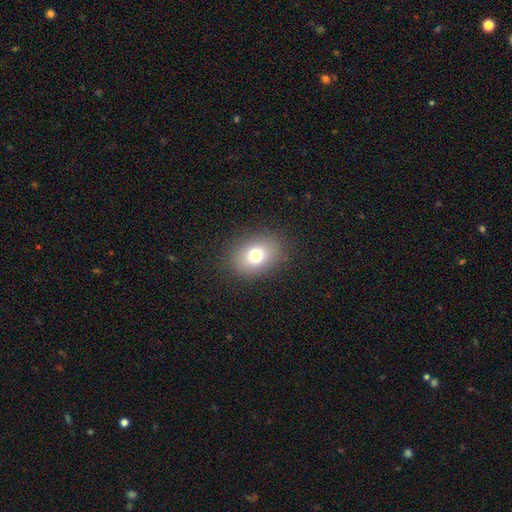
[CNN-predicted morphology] This is likely a smooth galaxy (74%). How rounded: likely in between (61%). Merging: clearly none (86%).